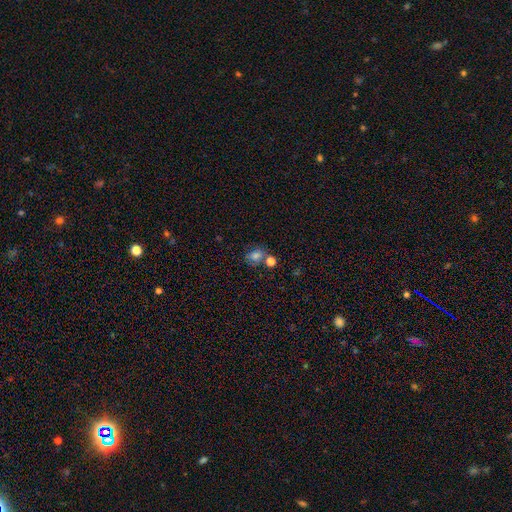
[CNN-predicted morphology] This is likely a smooth galaxy (74%). How rounded: possibly in between (52%). Merging: possibly none (55%).